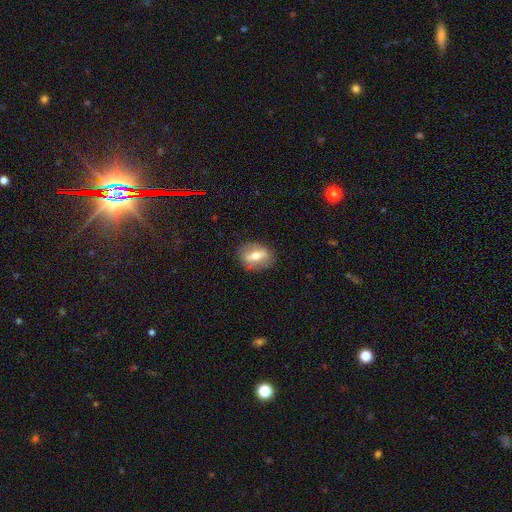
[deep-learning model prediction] featured or disk 46% (tied), smooth 46% (tied), star or artifact 8%. Down the decision tree: merging — none (83%).